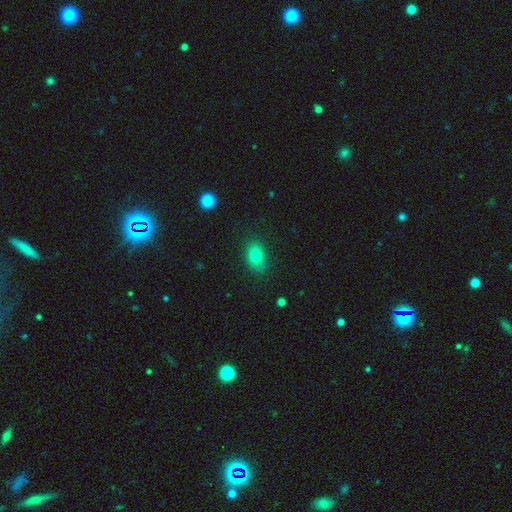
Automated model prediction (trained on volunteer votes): The model was most divided on "how rounded": in between: 79%, round: 19%, cigar-shaped: 2%. More confident: merging — none (82%); smooth or featured — smooth (80%).